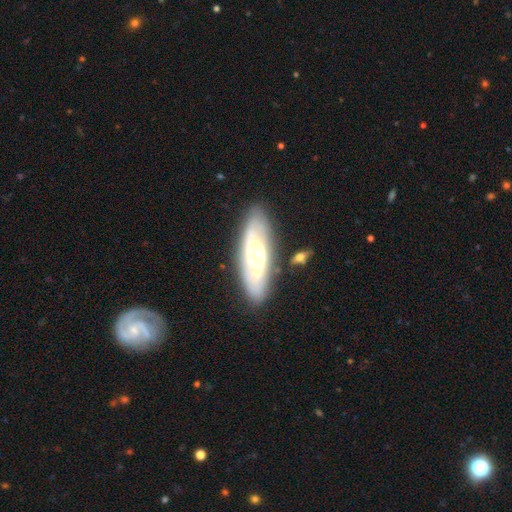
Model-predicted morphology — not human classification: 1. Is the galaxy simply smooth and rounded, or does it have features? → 65% featured or disk, 28% smooth, 6% star or artifact.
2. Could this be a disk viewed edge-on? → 77% no, 23% yes.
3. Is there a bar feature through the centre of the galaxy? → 57% no, 32% weak, 11% strong.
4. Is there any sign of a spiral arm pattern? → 77% yes, 23% no.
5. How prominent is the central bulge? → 56% moderate, 24% large, 16% small, 2% dominant, 2% none.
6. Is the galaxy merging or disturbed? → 81% none, 13% minor disturbance, 4% major disturbance, 3% merger.